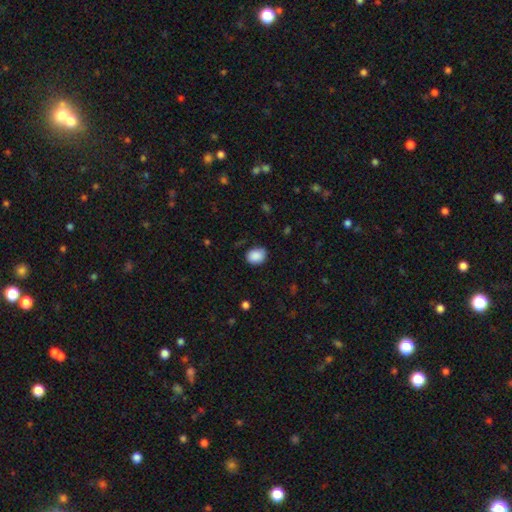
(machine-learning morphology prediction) type=smooth (88%); roundness=in between (52%); merging=none (78%).